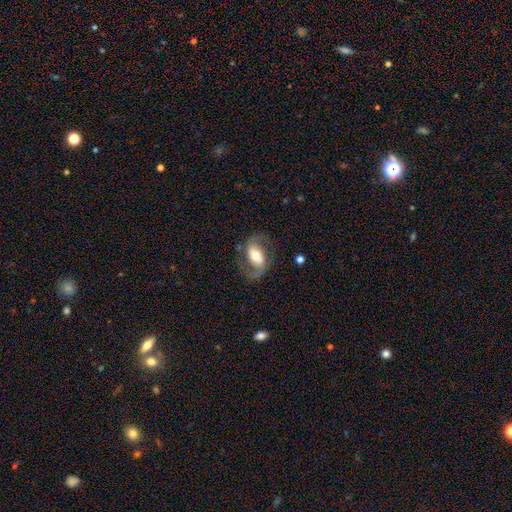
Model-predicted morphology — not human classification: smooth-or-featured: featured or disk: 82% | smooth: 13% | star or artifact: 6%
  disk-edge-on: no: 97% | yes: 3%
    bar: weak: 40% | strong: 35% | no: 24%
    has-spiral-arms: yes: 93% | no: 7%
      spiral-winding: medium: 49% | loose: 40% | tight: 12%
      spiral-arm-count: 2: 92% | 1: 3% | can't tell: 2% | 3: 1% | 4: 1% | more than 4: 1%
    bulge-size: moderate: 56% | large: 25% | small: 14% | dominant: 3% | none: 2%
  merging: none: 76% | minor disturbance: 13% | major disturbance: 9% | merger: 1%